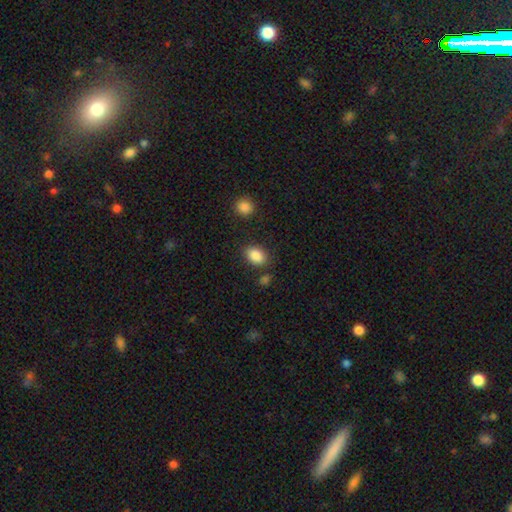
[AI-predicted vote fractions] Smooth or featured? Predicted: smooth (p=0.87). How rounded? Predicted: in between (p=0.76). Merging? Predicted: none (p=0.79).